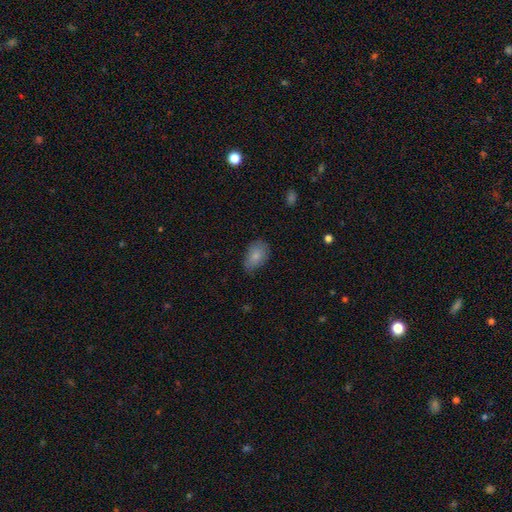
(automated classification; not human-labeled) Smooth or featured: smooth — 82% (featured or disk — 11%)
How rounded: in between — 89% (round — 9%)
Merging: none — 69% (minor disturbance — 25%)